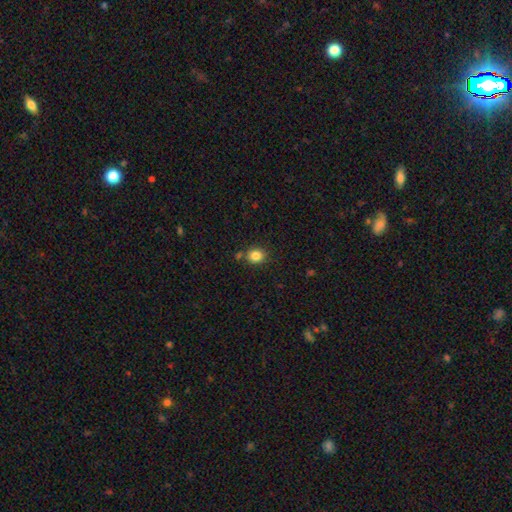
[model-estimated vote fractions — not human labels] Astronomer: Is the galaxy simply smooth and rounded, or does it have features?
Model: smooth — 84%.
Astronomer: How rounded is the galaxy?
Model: round — 66%.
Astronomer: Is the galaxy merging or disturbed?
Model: none — 78%.